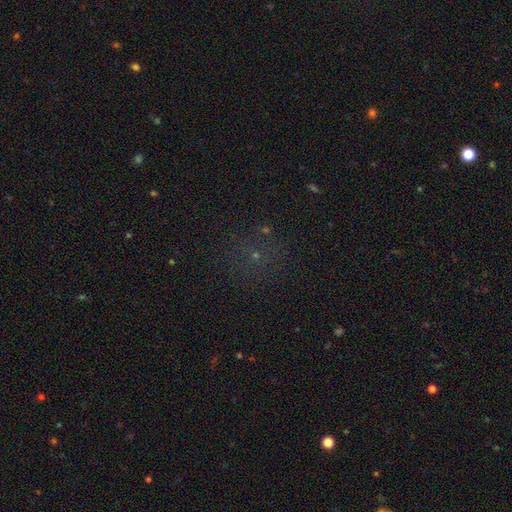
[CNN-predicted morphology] Q: Smooth or featured?
A: star or artifact (48%); runner-up: smooth (40%)